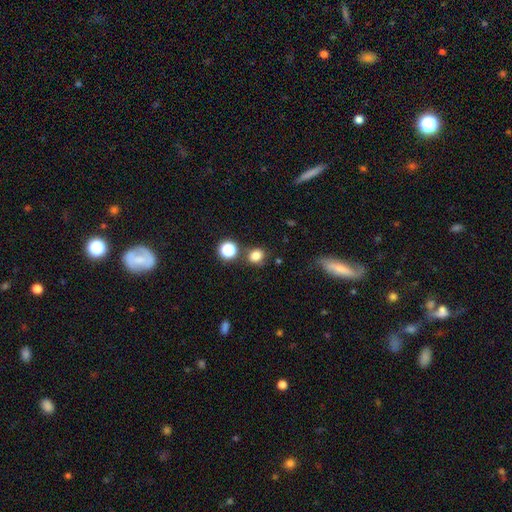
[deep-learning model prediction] Smooth or featured? Predicted: smooth (p=0.80). How rounded? Predicted: round (p=0.69). Merging? Predicted: none (p=0.74).